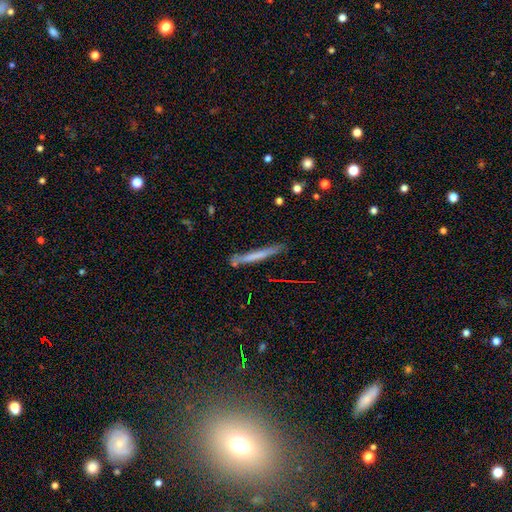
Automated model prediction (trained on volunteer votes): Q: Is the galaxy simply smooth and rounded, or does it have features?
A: smooth — 60%.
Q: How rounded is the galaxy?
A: cigar-shaped — 96%.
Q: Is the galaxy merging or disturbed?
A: none — 75%.